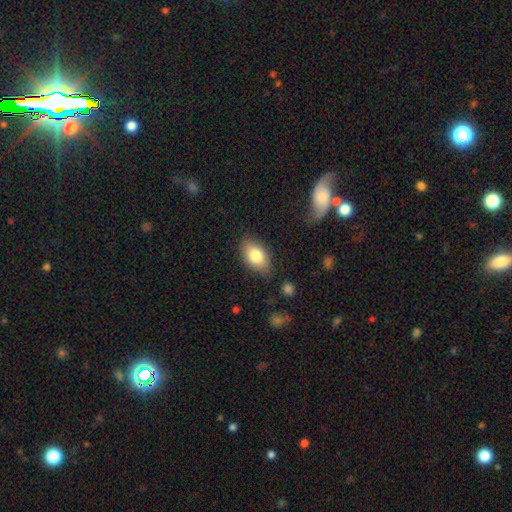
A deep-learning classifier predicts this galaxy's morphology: A smooth galaxy with no disk features (79%) that is in between round and cigar-shaped (89%). Merging: none (80%).